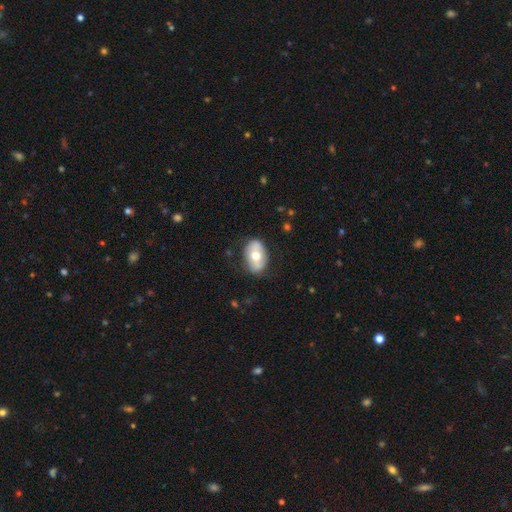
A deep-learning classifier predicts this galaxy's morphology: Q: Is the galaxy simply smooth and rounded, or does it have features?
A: smooth — 52%.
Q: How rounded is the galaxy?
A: in between — 83%.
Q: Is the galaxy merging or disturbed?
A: none — 77%.